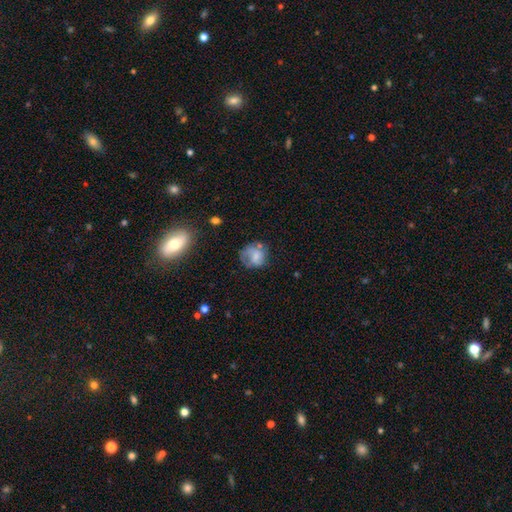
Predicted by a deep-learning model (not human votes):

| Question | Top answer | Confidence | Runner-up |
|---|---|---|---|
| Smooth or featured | smooth | 56% | featured or disk (34%) |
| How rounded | round | 69% | in between (30%) |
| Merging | none | 45% | minor disturbance (28%) |